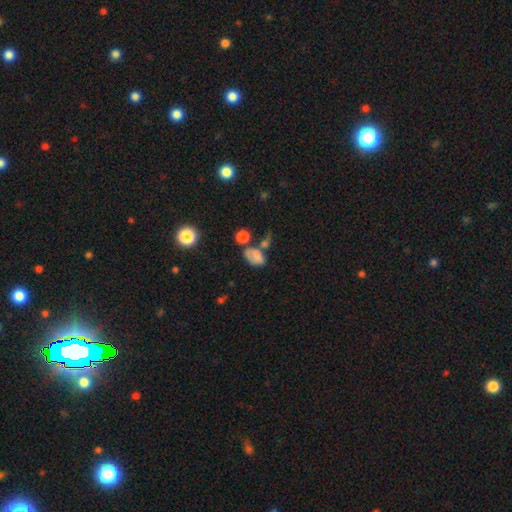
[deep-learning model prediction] The model was most divided on "merging": none: 35%, merger: 27%, minor disturbance: 22%, major disturbance: 16%. More confident: how rounded — in between (83%); smooth or featured — smooth (68%).